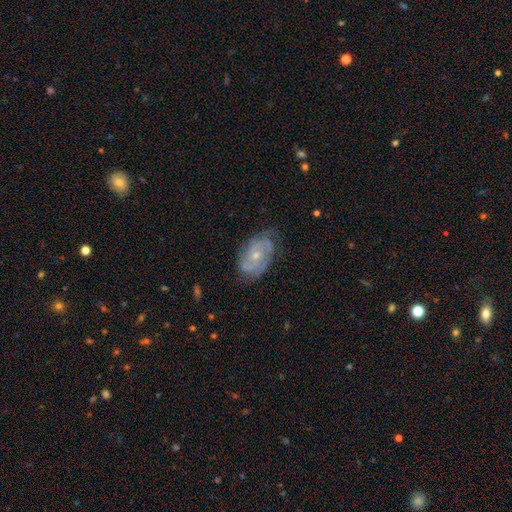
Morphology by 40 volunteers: Smooth or featured: featured or disk — 75% (smooth — 18%)
Edge-on disk: no — 93% (yes — 7%)
Bar: no — 79% (weak — 21%)
Spiral arms: yes — 100%
Spiral winding: tight — 86% (medium — 14%)
Spiral arm count: 2 — 50% (can't tell — 21%)
Bulge size: small — 68% (moderate — 32%)
Merging: none — 57% (minor disturbance — 35%)